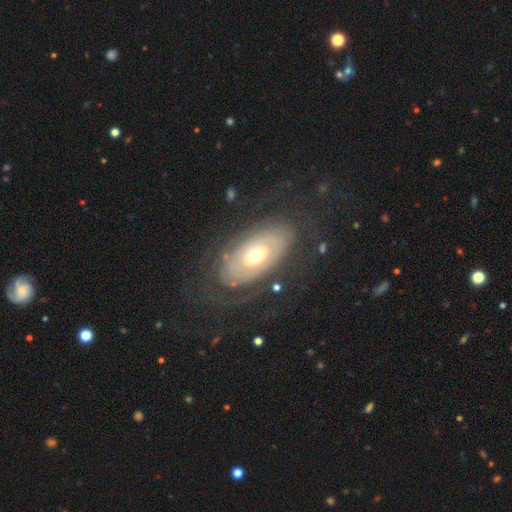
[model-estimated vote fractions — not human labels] Smooth or featured? Predicted: featured or disk (p=0.71). Edge-on disk? Predicted: no (p=0.91). Bar? Predicted: no (p=0.83). Spiral arms? Predicted: yes (p=0.62). Bulge size? Predicted: moderate (p=0.66). Merging? Predicted: none (p=0.71).